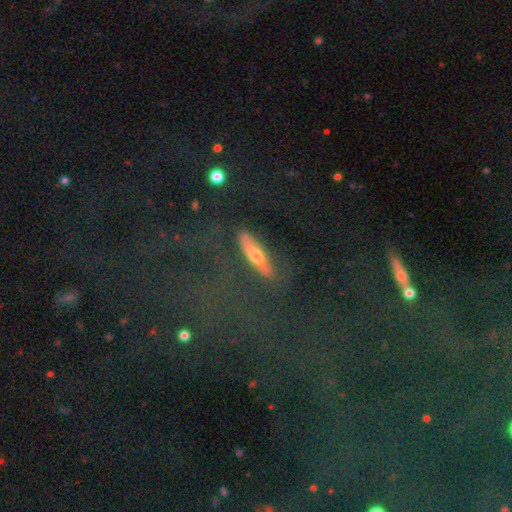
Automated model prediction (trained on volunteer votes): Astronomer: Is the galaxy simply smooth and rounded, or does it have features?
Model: smooth — 49% (runner-up: featured or disk, 36%).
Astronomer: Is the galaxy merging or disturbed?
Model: none — 71%.